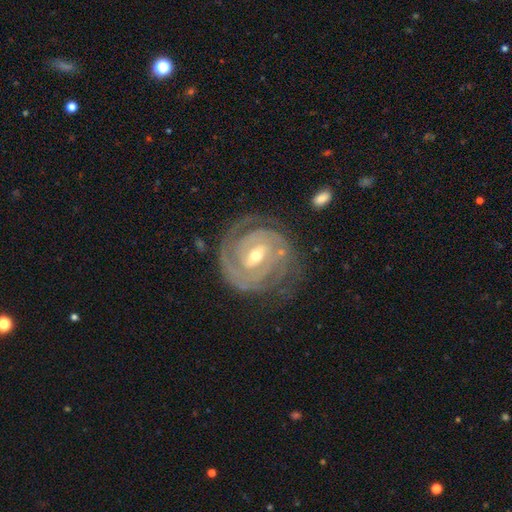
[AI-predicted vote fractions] Smooth or featured: featured or disk — 92% (star or artifact — 4%)
Edge-on disk: no — 97% (yes — 3%)
Bar: weak — 46% (strong — 36%)
Spiral arms: yes — 98% (no — 2%)
Spiral winding: tight — 82% (medium — 15%)
Spiral arm count: 2 — 59% (3 — 16%)
Bulge size: moderate — 52% (small — 45%)
Merging: none — 77% (minor disturbance — 15%)